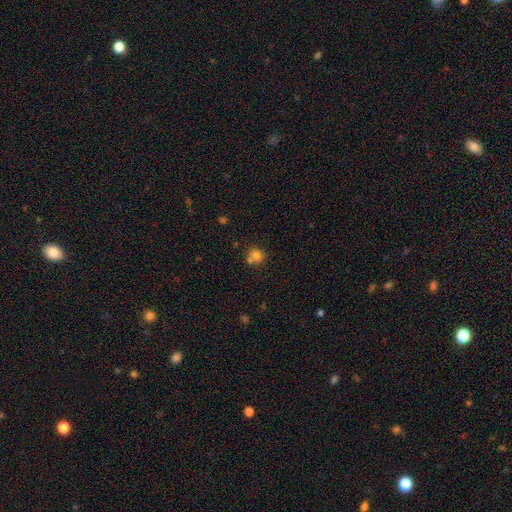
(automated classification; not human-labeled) smooth-or-featured: smooth: 77% | star or artifact: 13% | featured or disk: 10%
  how-rounded: round: 81% | in between: 18% | cigar-shaped: 1%
  merging: none: 54% | merger: 32% | minor disturbance: 11% | major disturbance: 3%